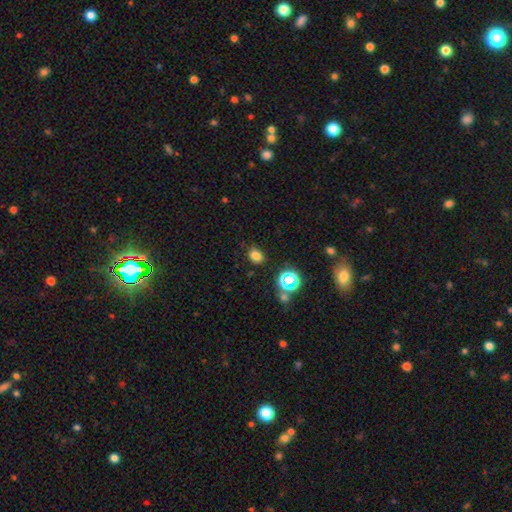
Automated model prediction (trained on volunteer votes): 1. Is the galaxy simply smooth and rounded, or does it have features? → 75% smooth, 18% star or artifact, 6% featured or disk.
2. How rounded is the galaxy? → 50% in between, 49% round, 1% cigar-shaped.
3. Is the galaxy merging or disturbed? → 84% none, 11% minor disturbance, 3% major disturbance, 3% merger.